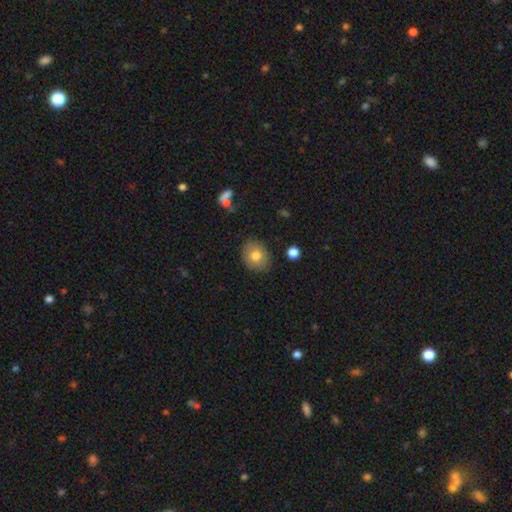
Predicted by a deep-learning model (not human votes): A smooth galaxy with no disk features (77%) that is round (60%).

Vote fractions:
- Smooth or featured? smooth: 77% / featured or disk: 15% / star or artifact: 9%
- How rounded? round: 60% / in between: 39% / cigar-shaped: 1%
- Merging? none: 84% / minor disturbance: 11% / major disturbance: 3% / merger: 2%